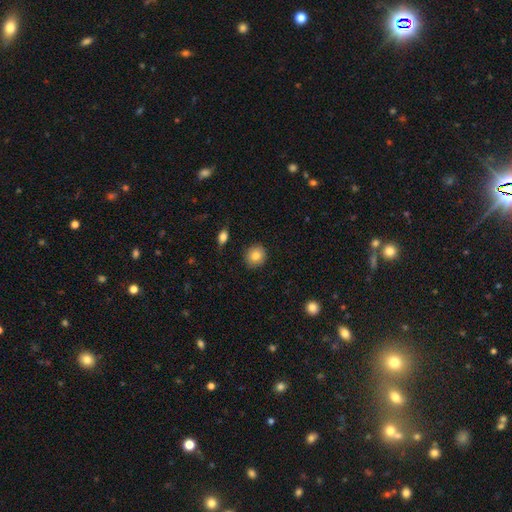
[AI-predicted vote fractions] Morphology: type=smooth (83%); roundness=round (86%); merging=none (89%).